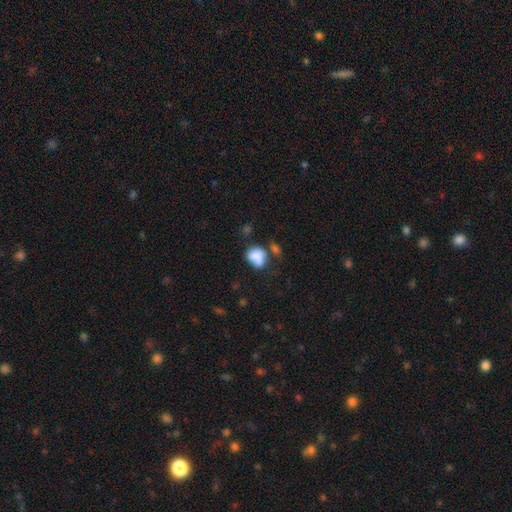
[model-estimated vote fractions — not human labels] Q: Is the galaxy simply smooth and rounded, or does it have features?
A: smooth — 76%.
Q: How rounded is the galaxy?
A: in between — 52%.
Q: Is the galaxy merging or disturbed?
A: none — 35%.